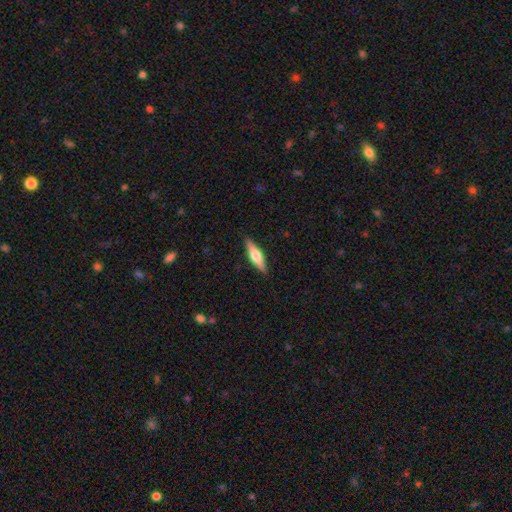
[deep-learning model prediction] Smooth or featured?
  - featured or disk: 59% *
  - smooth: 36%
  - star or artifact: 6%
Edge-on disk?
  - yes: 96% *
  - no: 4%
Edge-on bulge?
  - rounded: 92% *
  - boxy: 5%
  - none: 2%
Merging?
  - none: 90% *
  - minor disturbance: 7%
  - major disturbance: 2%
  - merger: 1%